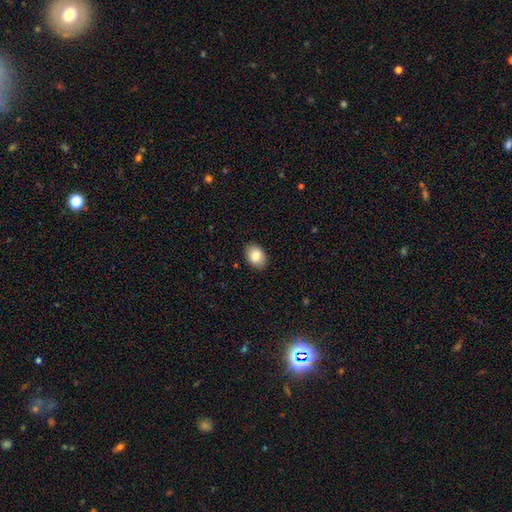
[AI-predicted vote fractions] This is clearly a smooth galaxy (83%). How rounded: likely in between (78%). Merging: clearly none (89%).